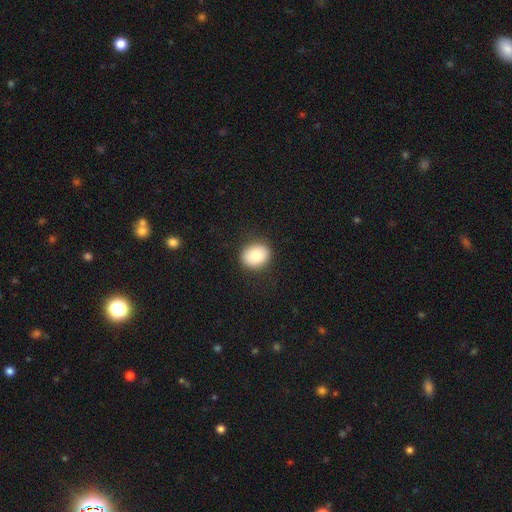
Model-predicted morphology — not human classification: This appears to be a smooth galaxy with no disk features (80%) that is round (64%). Merging: none (88%).